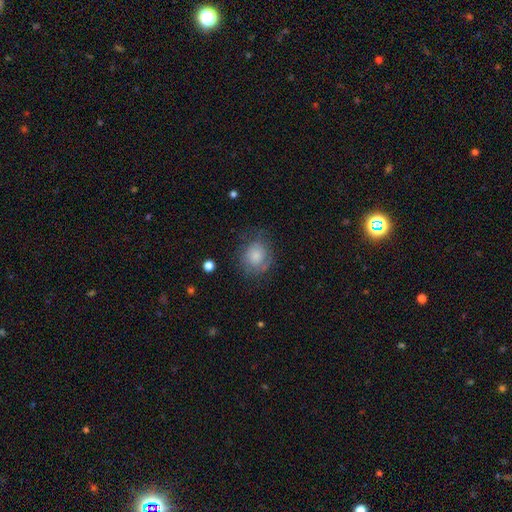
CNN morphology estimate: Overall: smooth (68%). How rounded: round (74%). Merging: none (62%; minor disturbance 24%).